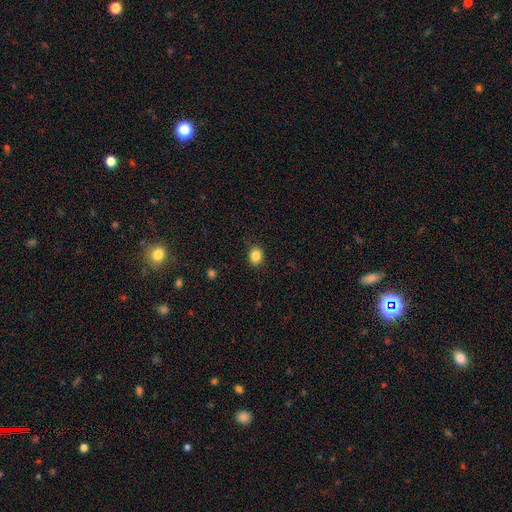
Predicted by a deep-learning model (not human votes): Q: Smooth or featured?
A: smooth (85%); runner-up: star or artifact (10%)
Q: How rounded?
A: round (55%); runner-up: in between (44%)
Q: Merging?
A: none (87%); runner-up: minor disturbance (9%)